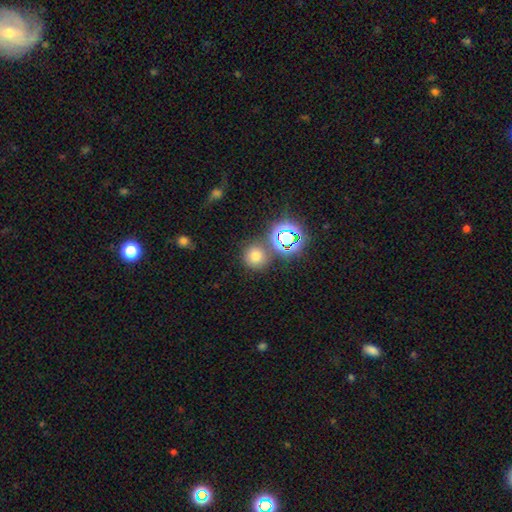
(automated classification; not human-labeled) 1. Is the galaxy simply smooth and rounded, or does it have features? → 69% smooth, 24% star or artifact, 7% featured or disk.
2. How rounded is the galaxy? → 91% round, 8% in between, 1% cigar-shaped.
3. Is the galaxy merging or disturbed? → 78% none, 10% merger, 9% minor disturbance, 4% major disturbance.